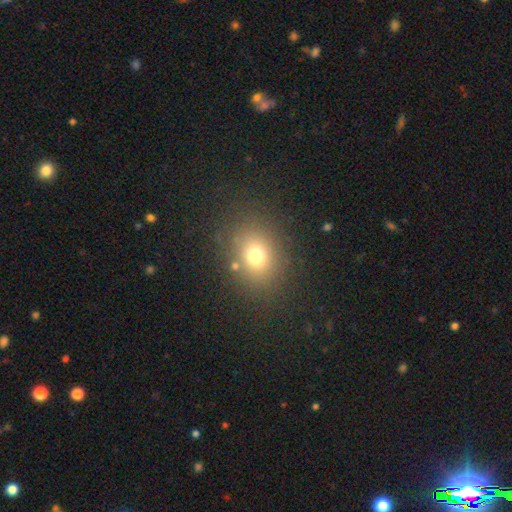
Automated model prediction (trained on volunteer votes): This appears to be a smooth galaxy with no disk features (71%) that is round (58%). Merging: none (81%).